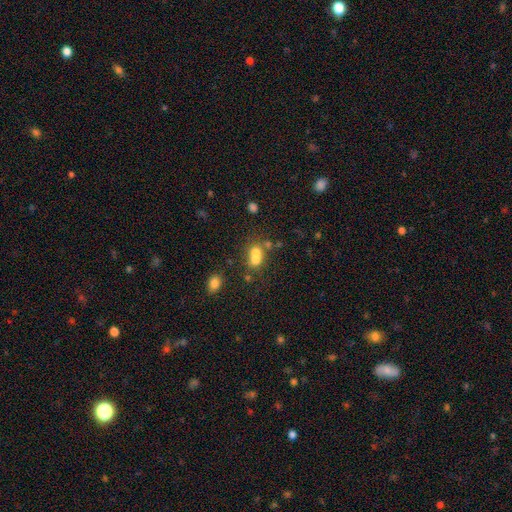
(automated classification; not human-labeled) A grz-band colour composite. It shows a smooth galaxy with no disk features (67%) that is in between round and cigar-shaped (51%). Merging: merger (61%).